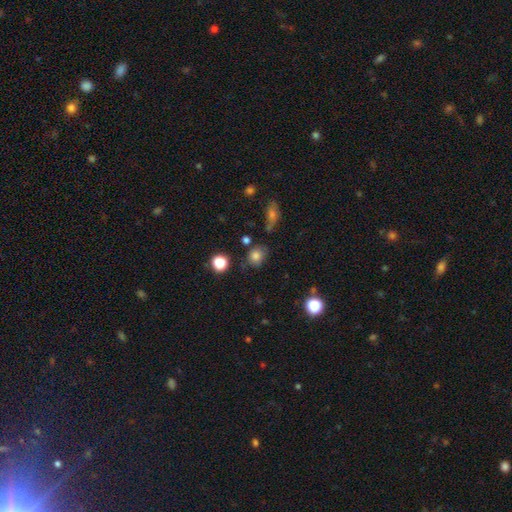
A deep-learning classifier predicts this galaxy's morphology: smooth_or_featured: smooth (p=0.80) [alt: star or artifact p=0.14]
how_rounded: round (p=0.63) [alt: in between p=0.35]
merging: none (p=0.71) [alt: minor disturbance p=0.18]